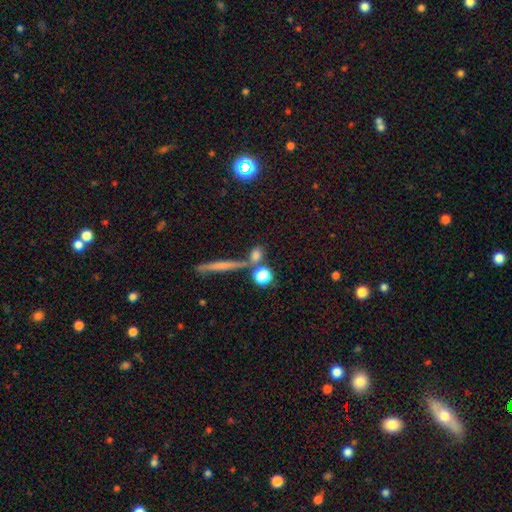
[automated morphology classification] Smooth or featured?
  - smooth: 72% *
  - featured or disk: 15%
  - star or artifact: 14%
How rounded?
  - round: 51% *
  - in between: 30%
  - cigar-shaped: 19%
Merging?
  - none: 64% *
  - merger: 21%
  - minor disturbance: 10%
  - major disturbance: 5%